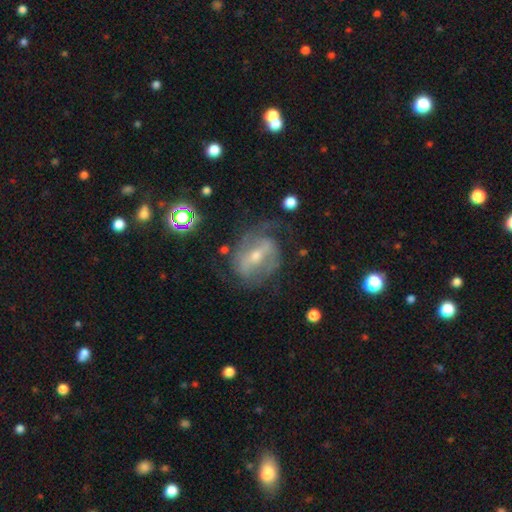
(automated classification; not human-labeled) Overall: featured or disk (75%). Edge-on disk: no (94%). Bar: strong (48%; weak 36%). Spiral arms: yes (75%). Spiral arm count: 2 (58%; can't tell 26%). Spiral winding: medium (42%; tight 32%). Bulge size: small (48%; moderate 47%). Merging: none (56%; minor disturbance 22%).